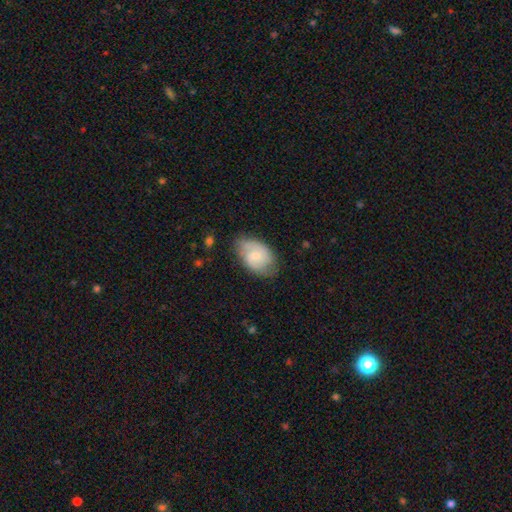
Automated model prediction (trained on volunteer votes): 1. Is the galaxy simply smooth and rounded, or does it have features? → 48% smooth, 45% featured or disk, 6% star or artifact.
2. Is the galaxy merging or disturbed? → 64% none, 27% minor disturbance, 8% major disturbance, 2% merger.